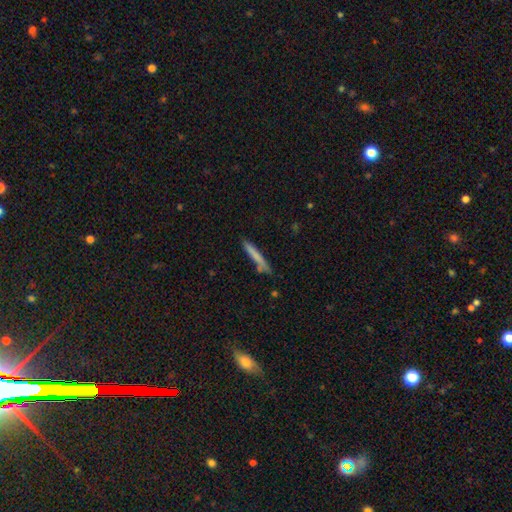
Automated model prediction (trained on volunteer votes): Smooth or featured? smooth (73%)
How rounded? cigar-shaped (95%)
Merging? none (77%)